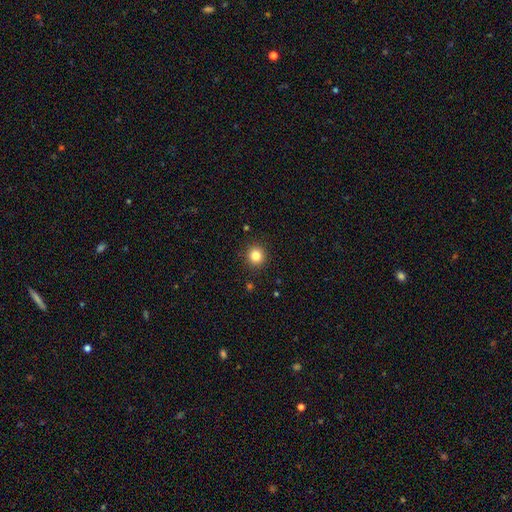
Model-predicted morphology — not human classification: This appears to be a smooth galaxy with no disk features (83%) that is round (92%). Merging: none (92%).